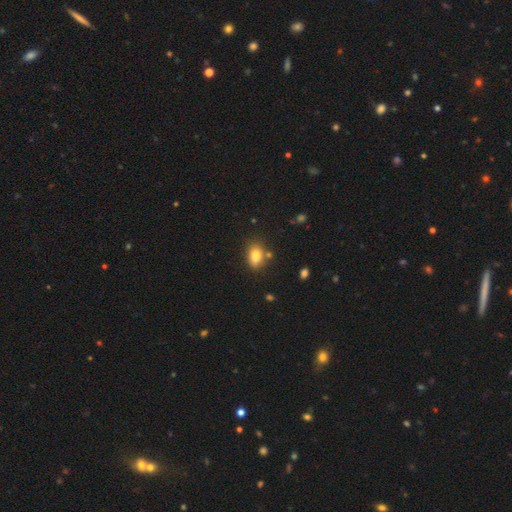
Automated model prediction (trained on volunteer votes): A smooth galaxy with no disk features (83%) that is in between round and cigar-shaped (84%). Merging: none (74%).